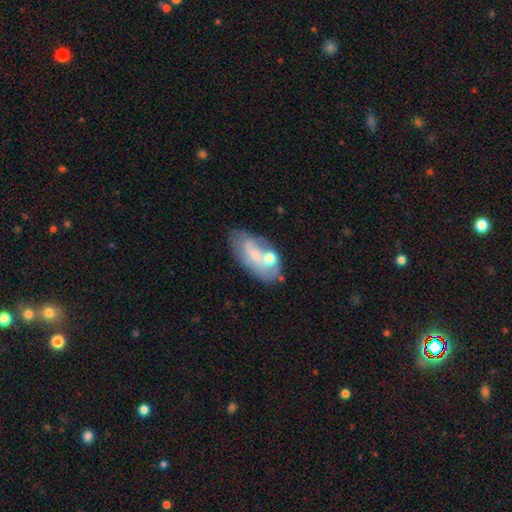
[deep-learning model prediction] smooth-or-featured: smooth: 46% | featured or disk: 44% | star or artifact: 9%
  merging: none: 44% | minor disturbance: 25% | merger: 17% | major disturbance: 15%